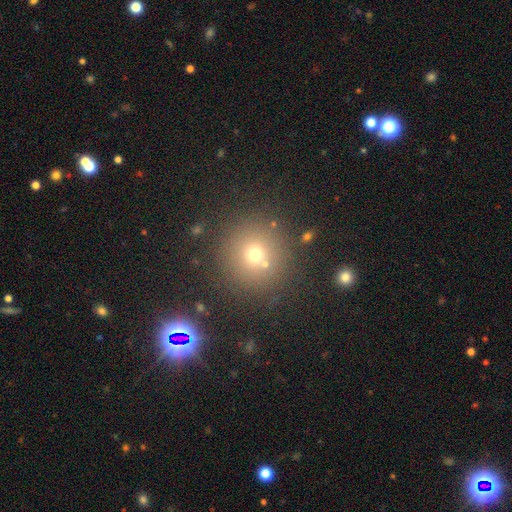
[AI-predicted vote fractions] This is likely a smooth galaxy (67%). How rounded: clearly round (94%). Merging: likely none (79%).